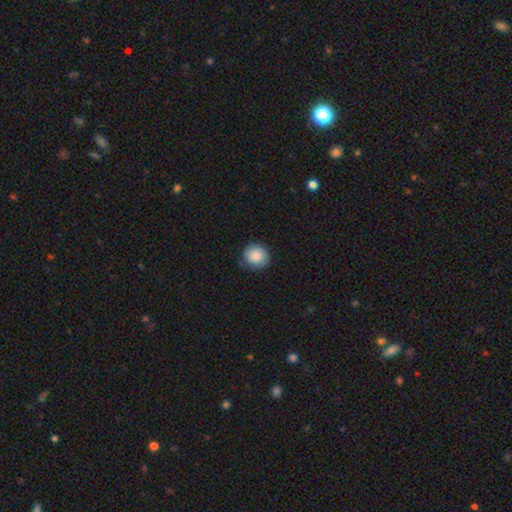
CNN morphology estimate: type=smooth (87%); roundness=round (85%); merging=none (80%).